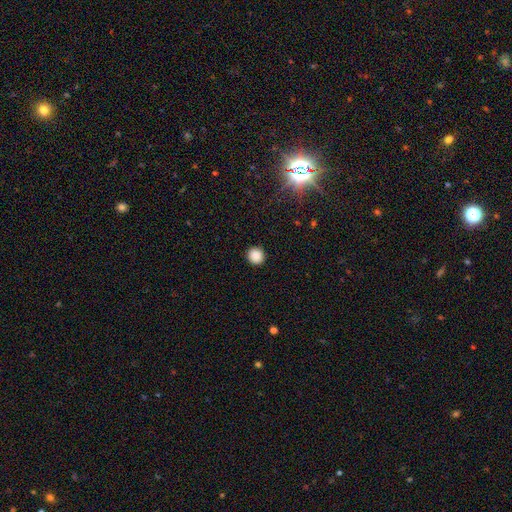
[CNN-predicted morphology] A smooth galaxy with no disk features (88%) that is round (92%).

Vote fractions:
- Smooth or featured? smooth: 88% / star or artifact: 9% / featured or disk: 2%
- How rounded? round: 92% / in between: 7% / cigar-shaped: 1%
- Merging? none: 92% / minor disturbance: 5% / major disturbance: 2% / merger: 1%